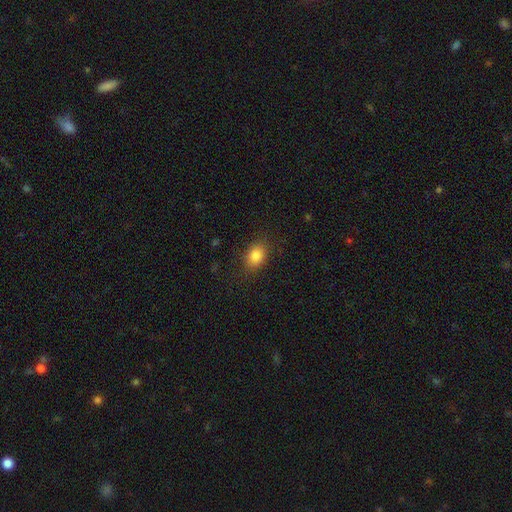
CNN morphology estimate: A smooth galaxy with no disk features (84%) that is in between round and cigar-shaped (66%).

Vote fractions:
- Smooth or featured? smooth: 84% / star or artifact: 10% / featured or disk: 6%
- How rounded? in between: 66% / round: 33% / cigar-shaped: 1%
- Merging? none: 84% / minor disturbance: 11% / major disturbance: 4% / merger: 1%